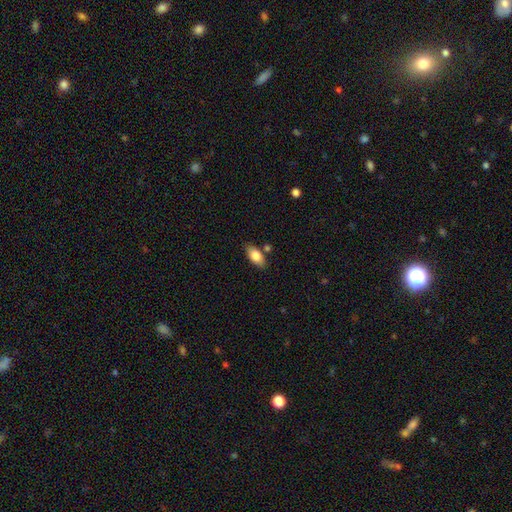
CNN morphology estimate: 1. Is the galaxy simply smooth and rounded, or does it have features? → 82% smooth, 11% featured or disk, 7% star or artifact.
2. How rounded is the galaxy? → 90% in between, 7% cigar-shaped, 3% round.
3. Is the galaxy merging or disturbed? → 78% none, 13% minor disturbance, 6% merger, 3% major disturbance.